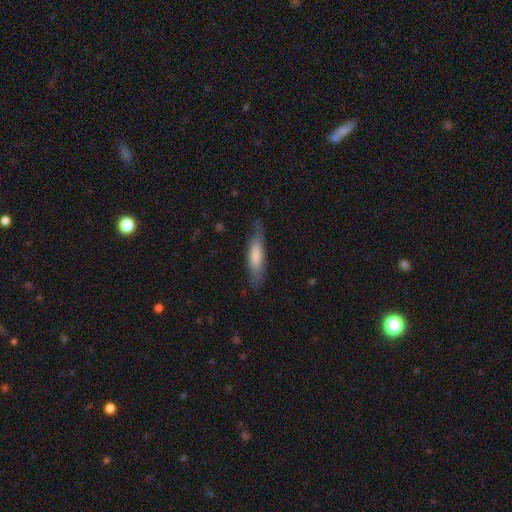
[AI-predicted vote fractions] The model was most divided on "how rounded": cigar-shaped: 67%, in between: 32%, round: 1%. More confident: smooth or featured — smooth (74%); merging — none (73%).